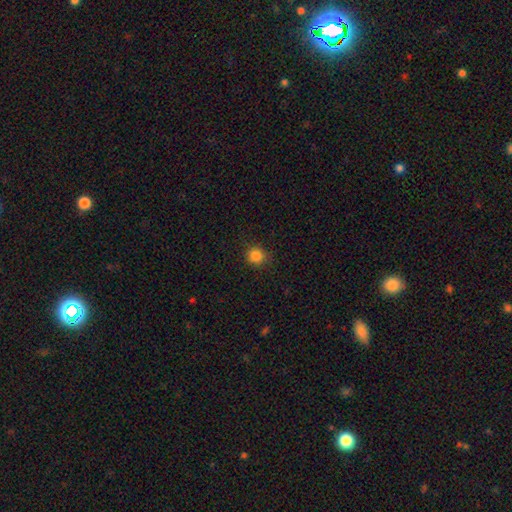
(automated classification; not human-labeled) smooth 84%, star or artifact 12%, featured or disk 4%. Down the decision tree: how rounded — round (91%); merging — none (88%).